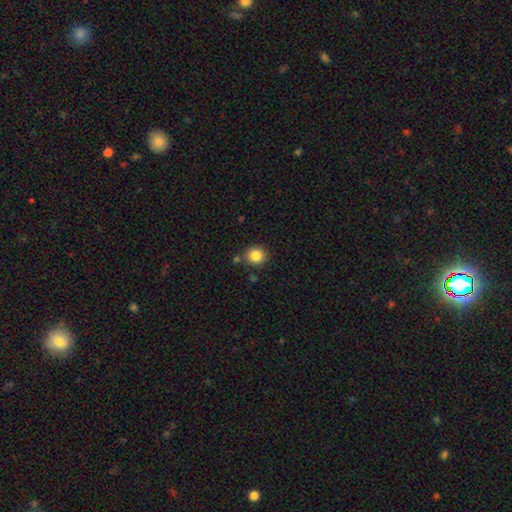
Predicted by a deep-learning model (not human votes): This appears to be a smooth galaxy with no disk features (85%) that is round (91%). Merging: none (82%).